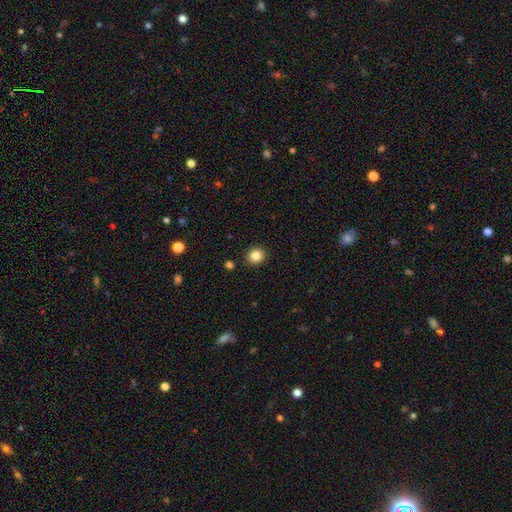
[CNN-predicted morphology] The model was most divided on "how rounded": round: 83%, in between: 16%, cigar-shaped: 1%. More confident: merging — none (91%); smooth or featured — smooth (84%).